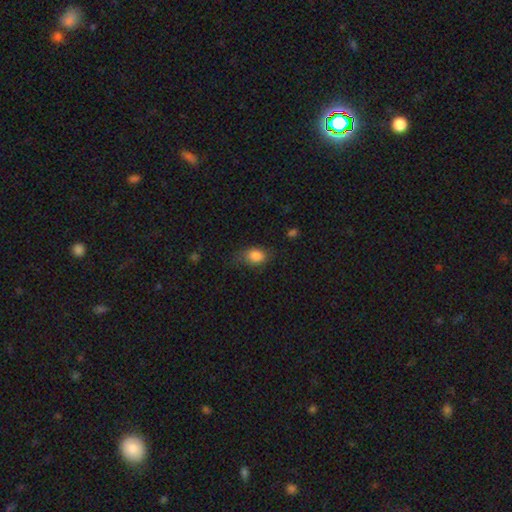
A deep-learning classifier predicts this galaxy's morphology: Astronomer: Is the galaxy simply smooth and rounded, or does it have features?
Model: smooth — 85%.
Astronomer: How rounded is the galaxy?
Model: in between — 74%.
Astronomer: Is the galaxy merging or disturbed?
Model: none — 60%.